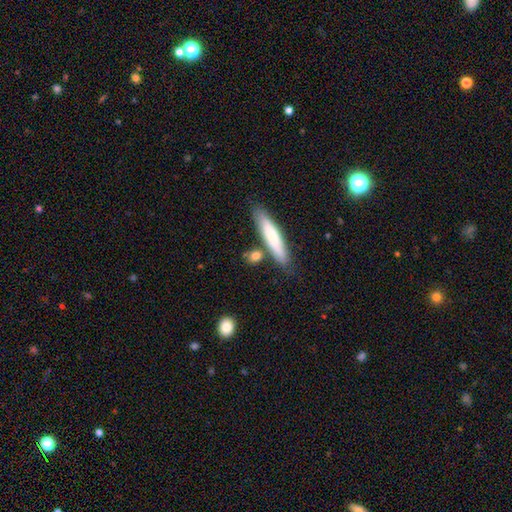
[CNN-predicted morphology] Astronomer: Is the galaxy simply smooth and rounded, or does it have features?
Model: smooth — 77%.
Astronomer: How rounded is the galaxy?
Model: cigar-shaped — 56%.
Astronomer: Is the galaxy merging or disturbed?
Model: none — 74%.